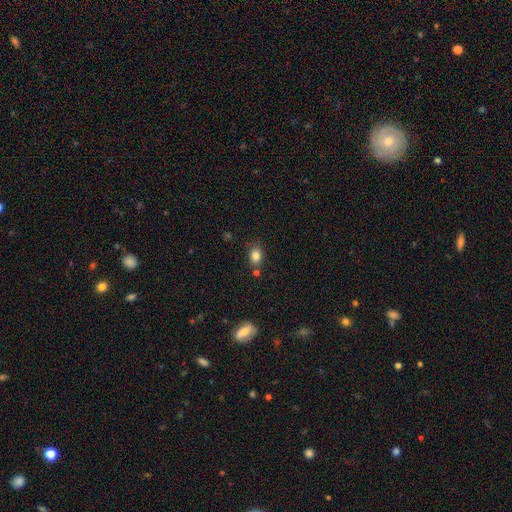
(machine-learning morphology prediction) A smooth galaxy with no disk features (83%) that is in between round and cigar-shaped (64%). Merging: none (74%).